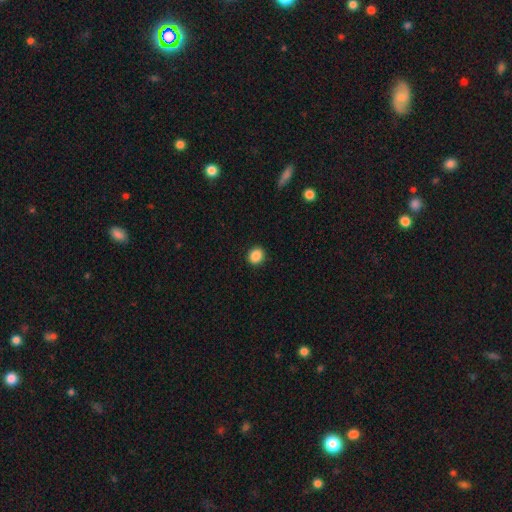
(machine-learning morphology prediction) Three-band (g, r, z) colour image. It shows a smooth galaxy with no disk features (88%) that is round (74%). Merging: none (92%).